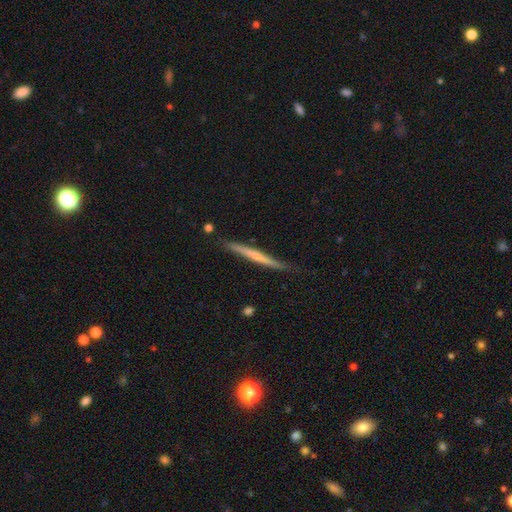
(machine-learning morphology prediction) featured or disk 51%, smooth 44%, star or artifact 5%. Down the decision tree: edge-on disk — yes (97%); merging — none (83%).